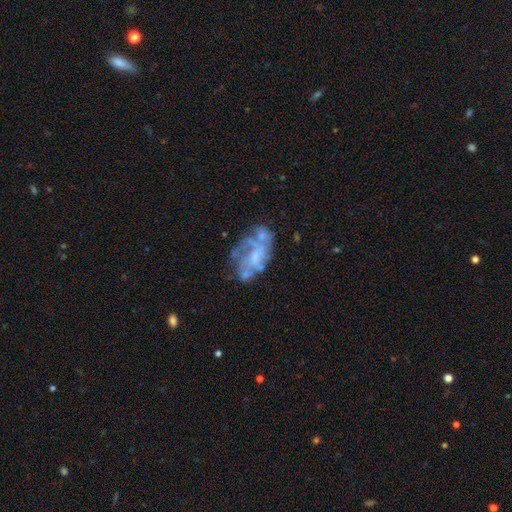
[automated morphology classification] smooth_or_featured: featured or disk (p=0.69) [alt: smooth p=0.22]
disk_edge_on: no (p=0.97) [alt: yes p=0.03]
bar: no (p=0.73) [alt: weak p=0.22]
has_spiral_arms: no (p=0.59) [alt: yes p=0.41]
bulge_size: none (p=0.48) [alt: moderate p=0.23]
merging: none (p=0.43) [alt: major disturbance p=0.22]